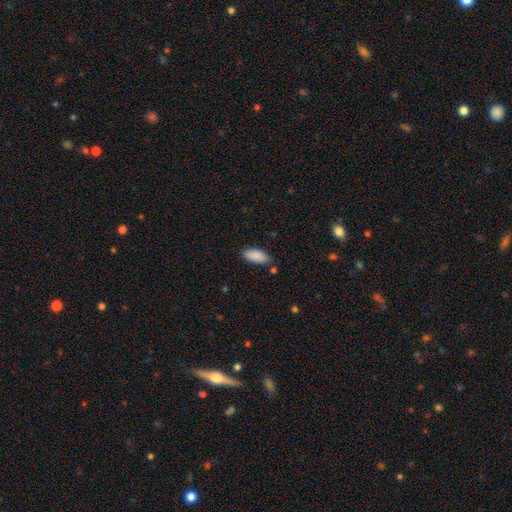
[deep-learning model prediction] This is clearly a smooth galaxy (89%). How rounded: clearly in between (90%). Merging: likely none (77%).